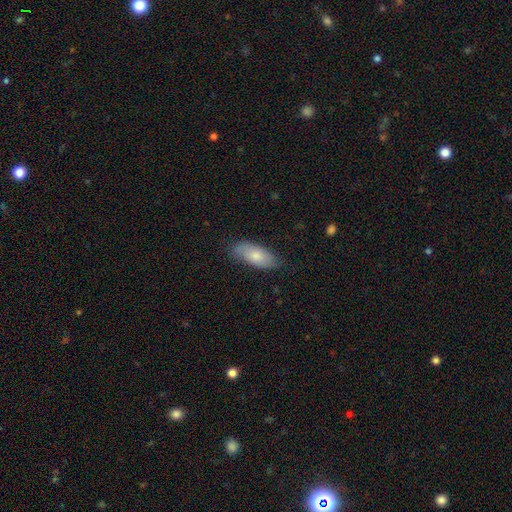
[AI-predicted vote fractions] A smooth galaxy with no disk features (75%) that is in between round and cigar-shaped (84%).

Vote fractions:
- Smooth or featured? smooth: 75% / featured or disk: 19% / star or artifact: 6%
- How rounded? in between: 84% / cigar-shaped: 14% / round: 2%
- Merging? none: 74% / minor disturbance: 21% / major disturbance: 4% / merger: 1%